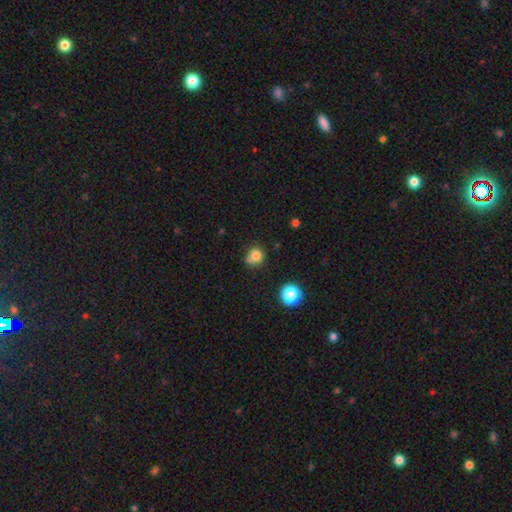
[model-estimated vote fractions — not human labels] Smooth or featured?
  - smooth: 78% *
  - star or artifact: 13%
  - featured or disk: 8%
How rounded?
  - round: 74% *
  - in between: 25%
  - cigar-shaped: 1%
Merging?
  - none: 50% *
  - minor disturbance: 28%
  - merger: 13%
  - major disturbance: 10%